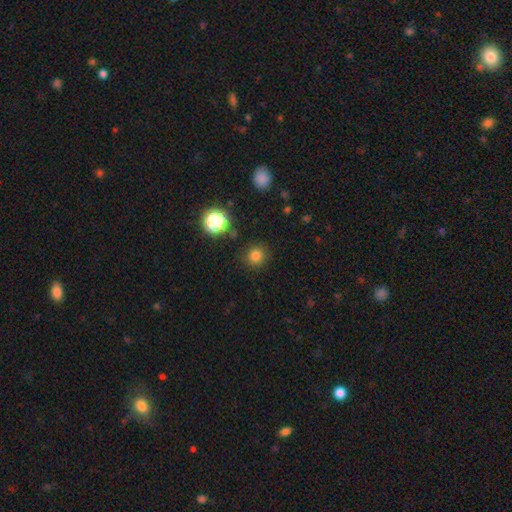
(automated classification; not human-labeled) smooth_or_featured: smooth (p=0.79) [alt: star or artifact p=0.16]
how_rounded: round (p=0.93) [alt: in between p=0.06]
merging: none (p=0.89) [alt: minor disturbance p=0.07]